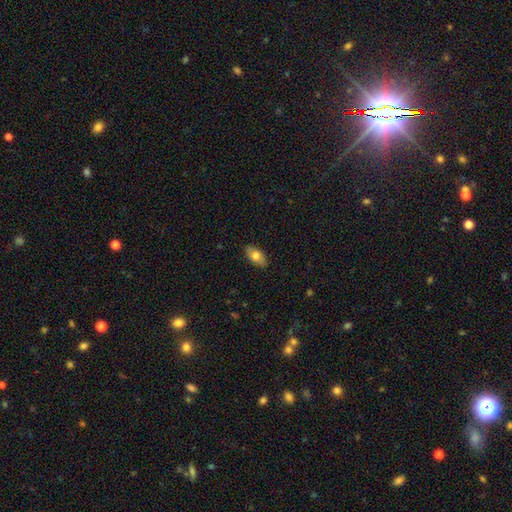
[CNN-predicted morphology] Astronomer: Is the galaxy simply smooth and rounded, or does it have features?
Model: smooth — 76%.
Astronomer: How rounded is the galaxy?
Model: in between — 92%.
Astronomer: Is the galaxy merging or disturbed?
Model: none — 88%.